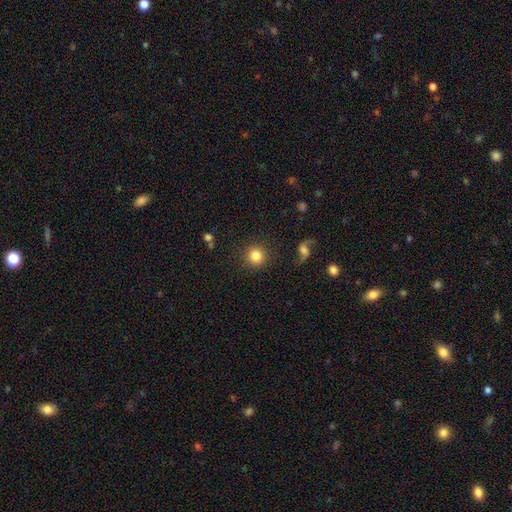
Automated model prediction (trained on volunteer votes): Q: Smooth or featured?
A: smooth (83%); runner-up: star or artifact (10%)
Q: How rounded?
A: round (93%); runner-up: in between (6%)
Q: Merging?
A: none (87%); runner-up: minor disturbance (7%)